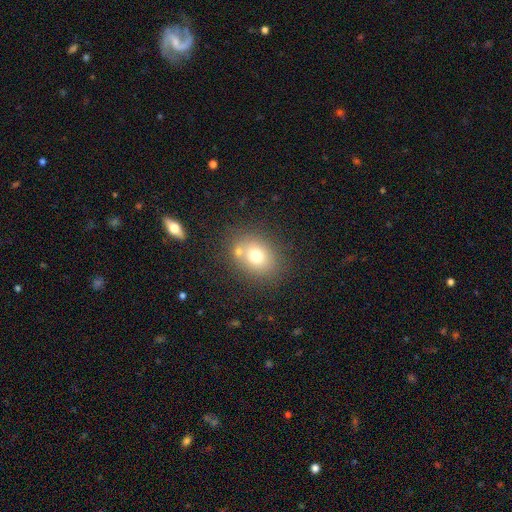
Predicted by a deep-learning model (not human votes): This appears to be a smooth galaxy with no disk features (73%) that is in between round and cigar-shaped (56%). Merging: none (68%).